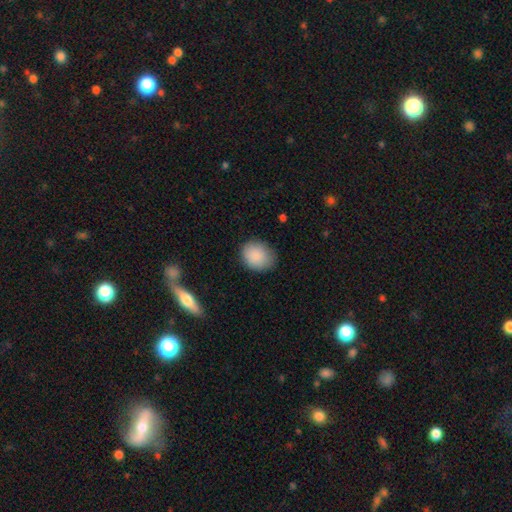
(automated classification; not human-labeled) A smooth galaxy with no disk features (88%) that is round (58%). Merging: none (79%).